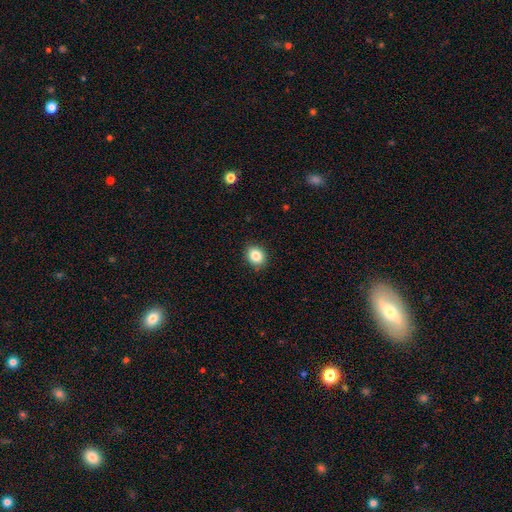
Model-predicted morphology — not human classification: A smooth galaxy with no disk features (85%) that is round (55%). Merging: none (89%).